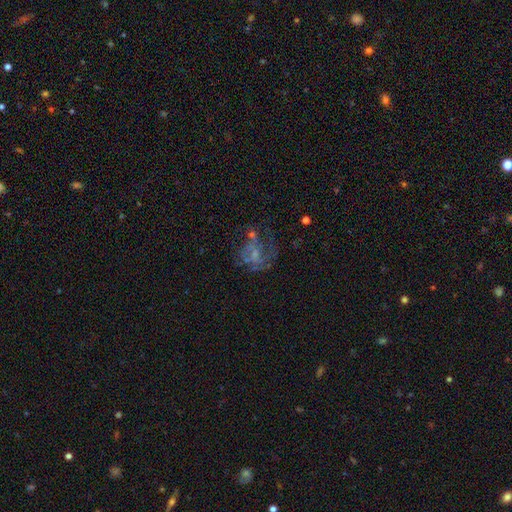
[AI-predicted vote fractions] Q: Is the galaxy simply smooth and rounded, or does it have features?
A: featured or disk — 65%.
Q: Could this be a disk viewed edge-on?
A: no — 98%.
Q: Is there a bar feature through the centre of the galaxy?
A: no — 66%.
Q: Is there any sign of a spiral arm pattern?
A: yes — 68%.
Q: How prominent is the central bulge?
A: small — 51%.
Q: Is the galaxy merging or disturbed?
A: none — 41%.